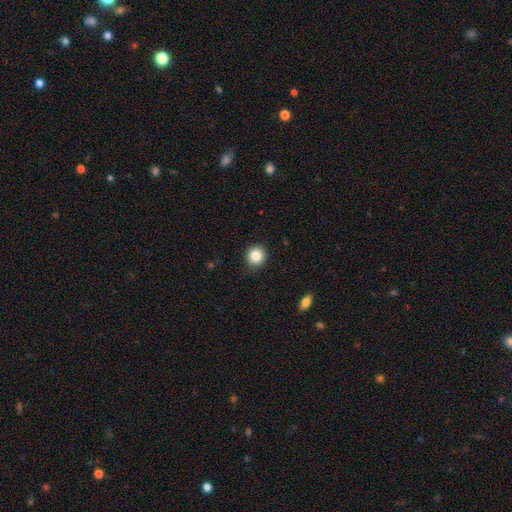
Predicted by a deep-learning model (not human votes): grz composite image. It shows a smooth galaxy with no disk features (85%) that is round (90%). Merging: none (90%).